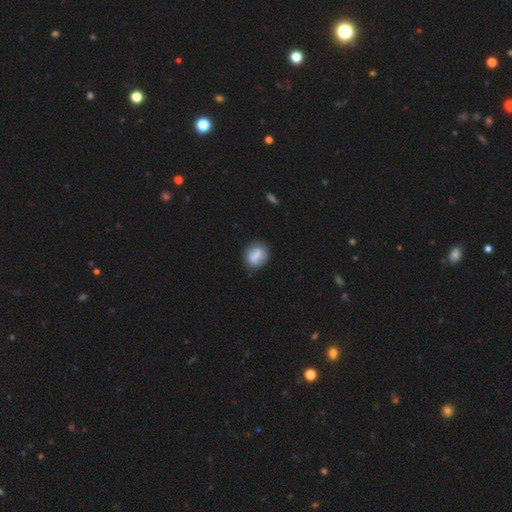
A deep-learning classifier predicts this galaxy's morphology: Overall: smooth (68%). How rounded: in between (54%; round 44%). Merging: none (75%).